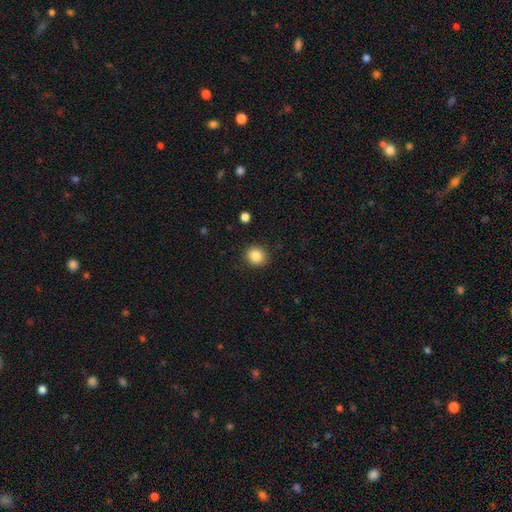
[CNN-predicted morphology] Smooth or featured?
  - smooth: 86% *
  - star or artifact: 9%
  - featured or disk: 5%
How rounded?
  - round: 85% *
  - in between: 14%
  - cigar-shaped: 1%
Merging?
  - none: 90% *
  - minor disturbance: 7%
  - major disturbance: 2%
  - merger: 1%